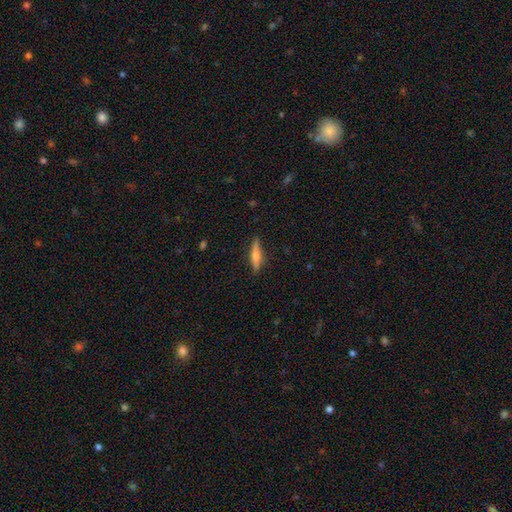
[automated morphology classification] smooth_or_featured: smooth (p=0.48) [alt: featured or disk p=0.46]
merging: none (p=0.86) [alt: minor disturbance p=0.11]